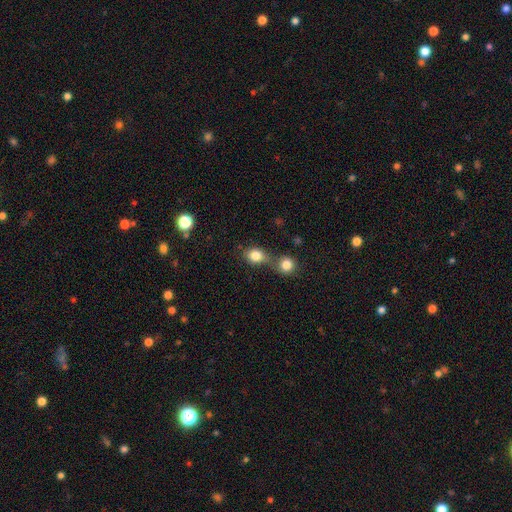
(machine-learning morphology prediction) Overall: smooth (82%). How rounded: round (61%; in between 38%). Merging: merger (46%; none 39%).